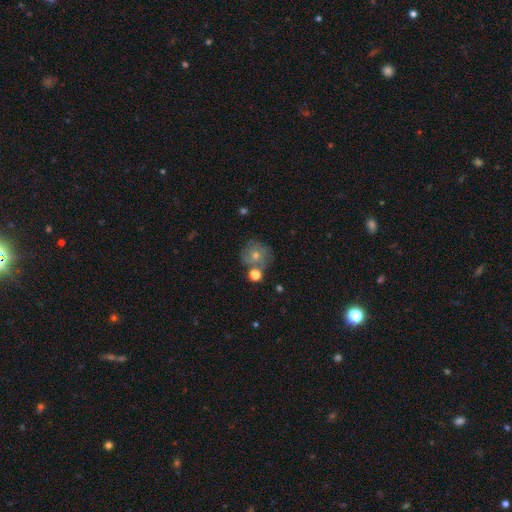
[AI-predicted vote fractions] Smooth or featured?
  - smooth: 48% *
  - featured or disk: 40%
  - star or artifact: 12%
Merging?
  - none: 62% *
  - minor disturbance: 17%
  - merger: 13%
  - major disturbance: 7%